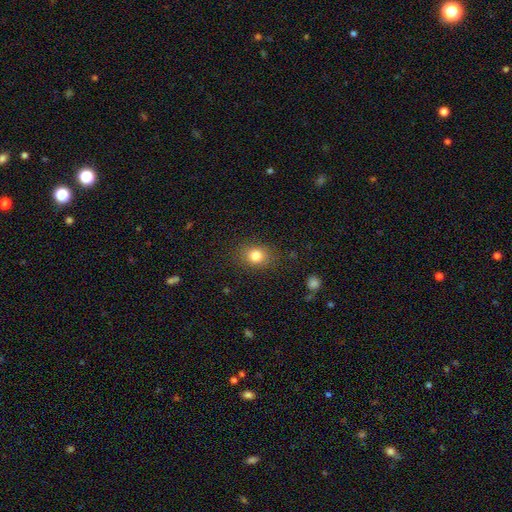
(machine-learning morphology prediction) Smooth or featured? Predicted: smooth (p=0.83). How rounded? Predicted: round (p=0.54). Merging? Predicted: none (p=0.82).